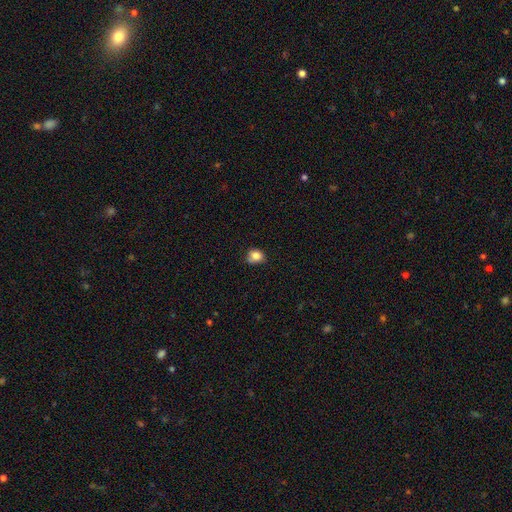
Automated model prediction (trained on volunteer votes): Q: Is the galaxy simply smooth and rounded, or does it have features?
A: smooth — 83%.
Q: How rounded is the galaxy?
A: round — 64%.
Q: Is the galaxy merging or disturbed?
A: none — 61%.